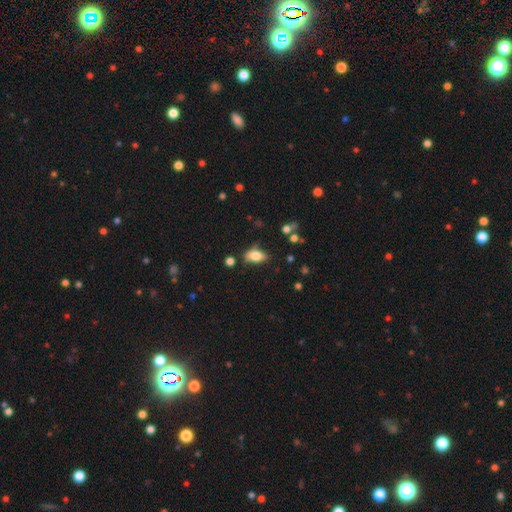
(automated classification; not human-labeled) Q: Smooth or featured?
A: smooth (75%); runner-up: featured or disk (16%)
Q: How rounded?
A: in between (87%); runner-up: round (7%)
Q: Merging?
A: none (61%); runner-up: minor disturbance (26%)